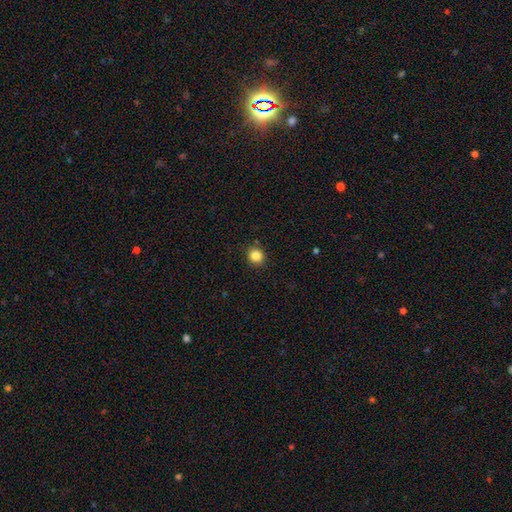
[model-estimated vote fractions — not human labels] Q: Smooth or featured?
A: smooth (84%); runner-up: star or artifact (11%)
Q: How rounded?
A: round (88%); runner-up: in between (11%)
Q: Merging?
A: none (91%); runner-up: minor disturbance (6%)